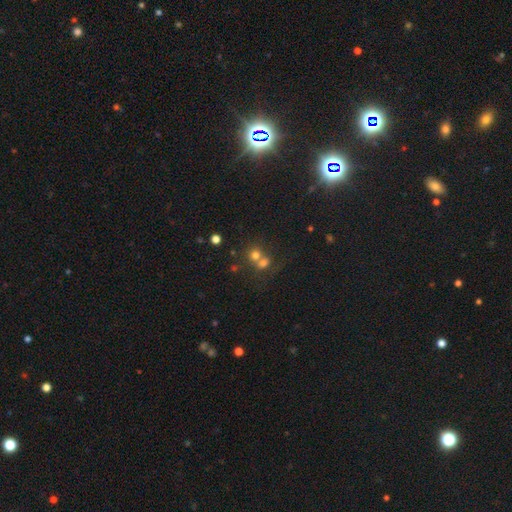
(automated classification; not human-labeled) Morphology: type=smooth (69%); roundness=round (81%); merging=merger (57%).